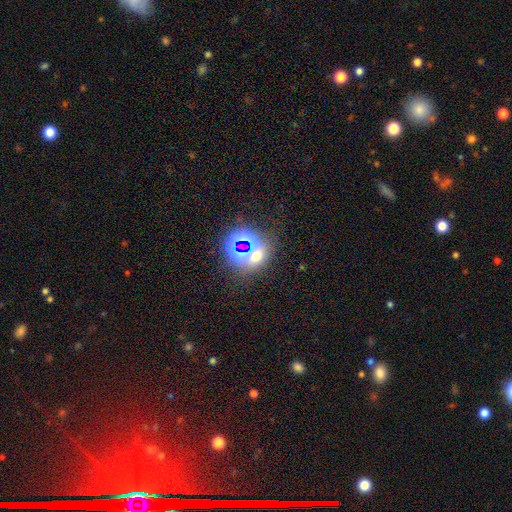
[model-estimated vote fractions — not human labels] smooth_or_featured: star or artifact (p=0.55) [alt: smooth p=0.34]